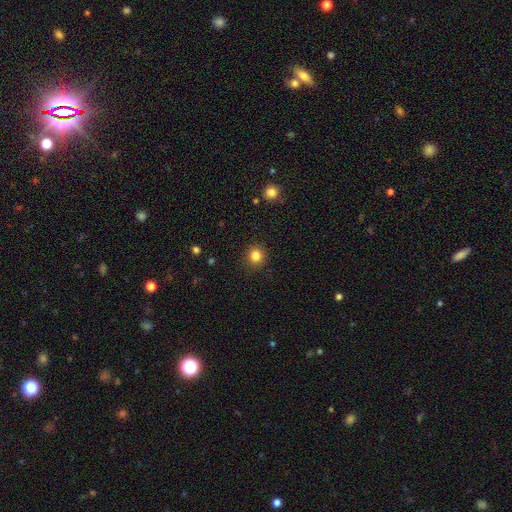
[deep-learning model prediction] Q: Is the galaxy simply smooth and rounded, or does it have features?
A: smooth — 84%.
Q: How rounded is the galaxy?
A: round — 90%.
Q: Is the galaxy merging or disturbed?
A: none — 90%.